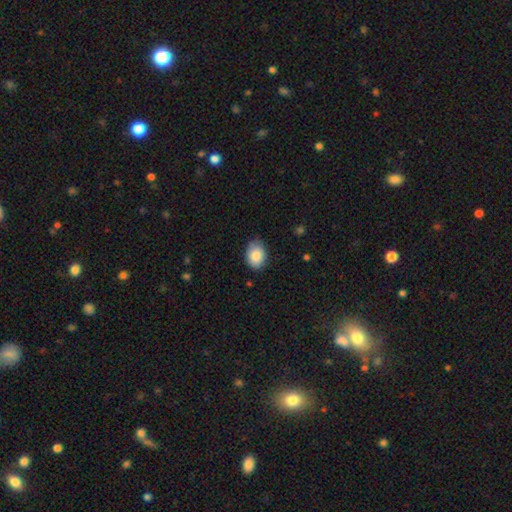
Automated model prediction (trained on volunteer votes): Q: Smooth or featured?
A: smooth (85%); runner-up: featured or disk (8%)
Q: How rounded?
A: in between (76%); runner-up: round (24%)
Q: Merging?
A: none (80%); runner-up: minor disturbance (16%)